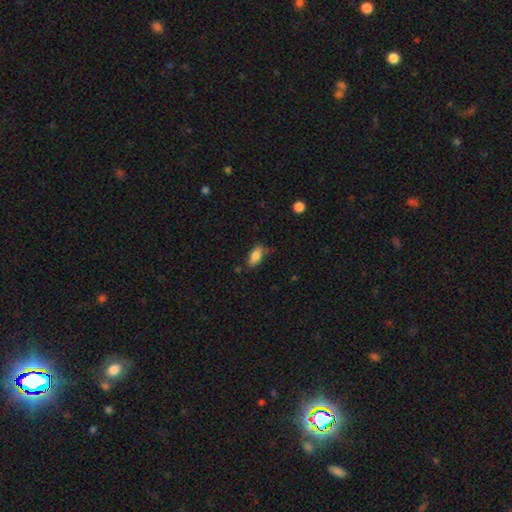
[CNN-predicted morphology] Q: Smooth or featured?
A: smooth (83%); runner-up: featured or disk (9%)
Q: How rounded?
A: in between (87%); runner-up: cigar-shaped (10%)
Q: Merging?
A: none (69%); runner-up: minor disturbance (22%)